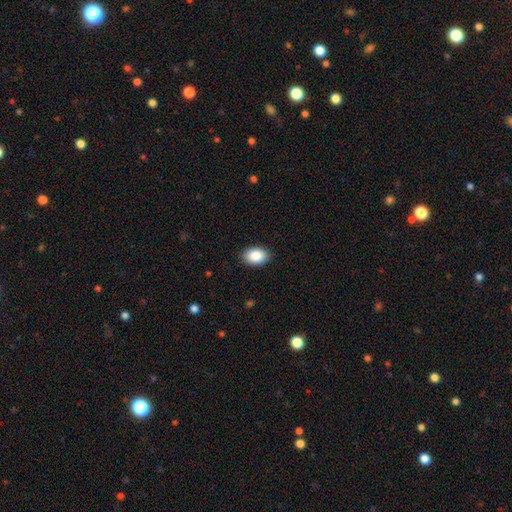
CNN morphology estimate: type=smooth (88%); roundness=in between (84%); merging=none (88%).